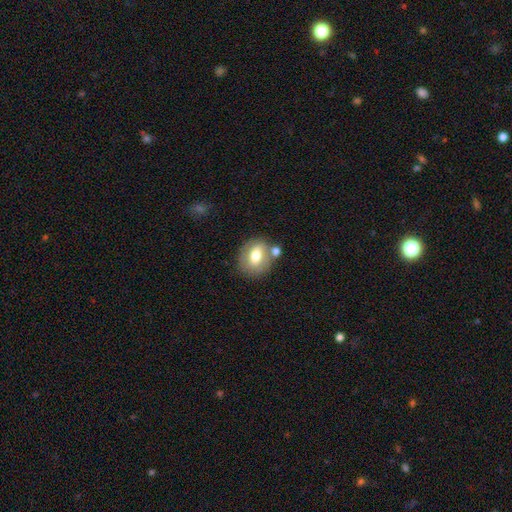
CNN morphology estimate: type=smooth (65%); roundness=in between (52%); merging=none (66%).